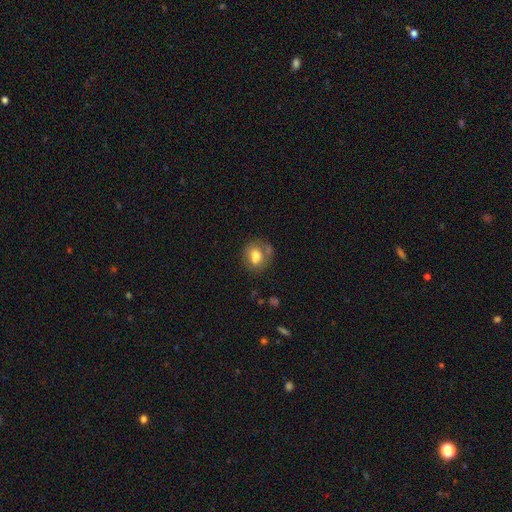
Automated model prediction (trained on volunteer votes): smooth 70%, featured or disk 21%, star or artifact 9%. Down the decision tree: how rounded — round (54%); merging — none (50%).